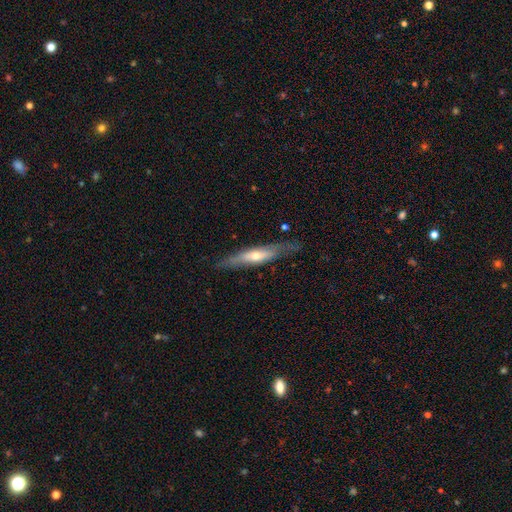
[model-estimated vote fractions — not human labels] smooth-or-featured: featured or disk: 59% | smooth: 34% | star or artifact: 6%
  disk-edge-on: yes: 77% | no: 23%
  merging: none: 76% | minor disturbance: 17% | major disturbance: 5% | merger: 1%